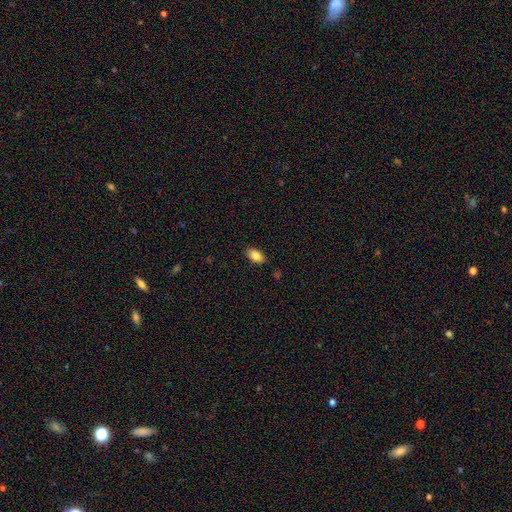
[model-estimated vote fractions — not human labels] A smooth galaxy with no disk features (84%) that is in between round and cigar-shaped (92%). Merging: none (86%).